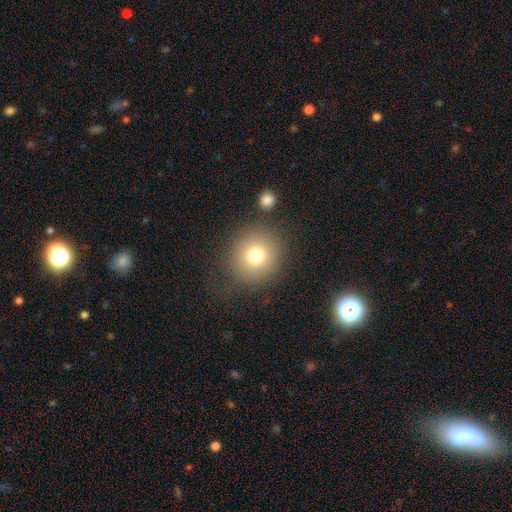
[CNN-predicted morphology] A smooth galaxy with no disk features (76%) that is round (85%). Merging: none (75%).